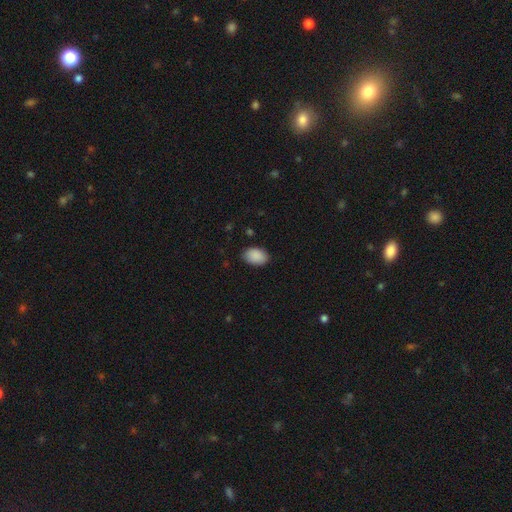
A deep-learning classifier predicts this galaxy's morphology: This appears to be a smooth galaxy with no disk features (90%) that is in between round and cigar-shaped (88%). Merging: none (85%).